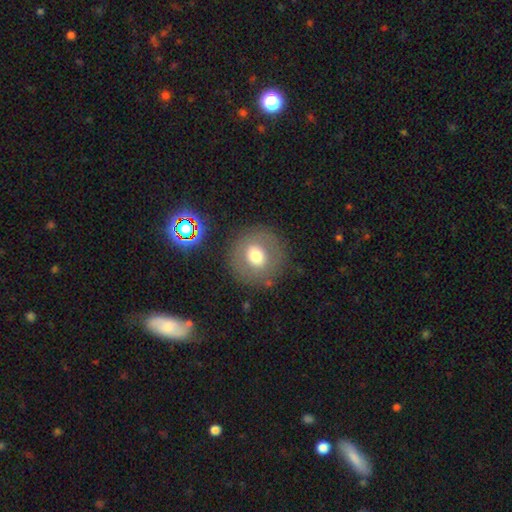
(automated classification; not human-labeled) The model was most divided on "smooth or featured": smooth: 64%, featured or disk: 24%, star or artifact: 12%. More confident: how rounded — round (92%); merging — none (83%).